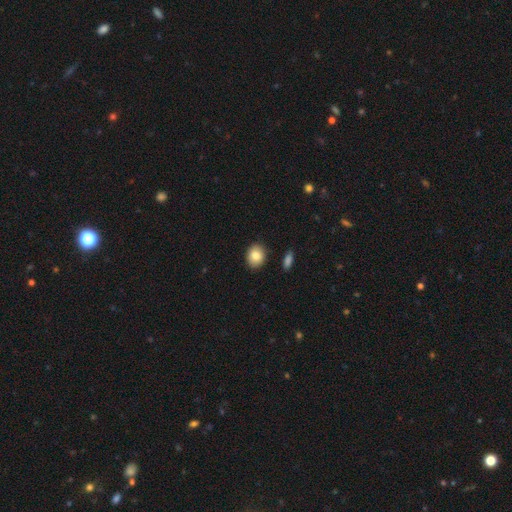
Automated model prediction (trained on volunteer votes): Smooth or featured?
  - smooth: 86% *
  - star or artifact: 8%
  - featured or disk: 7%
How rounded?
  - round: 50% *
  - in between: 49%
  - cigar-shaped: 1%
Merging?
  - none: 87% *
  - minor disturbance: 9%
  - merger: 2%
  - major disturbance: 2%